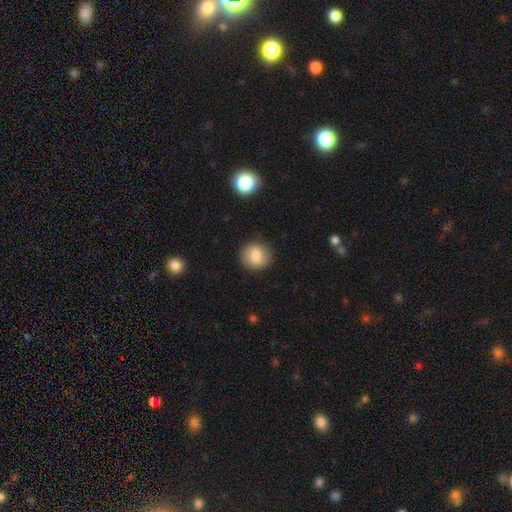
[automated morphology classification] Smooth or featured? smooth (82%)
How rounded? round (85%)
Merging? none (87%)